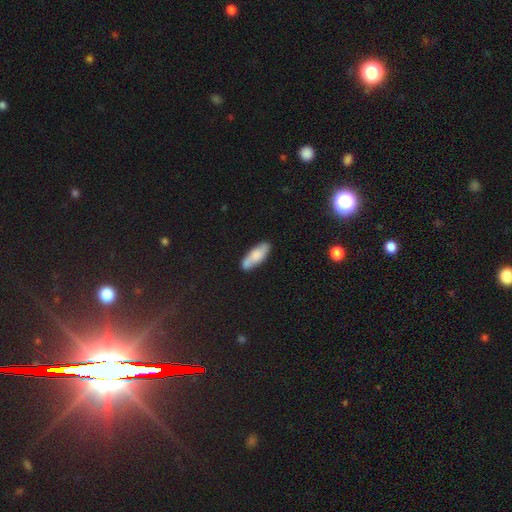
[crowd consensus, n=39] Morphology: type=smooth (59%); roundness=in between (65%); merging=none (74%).